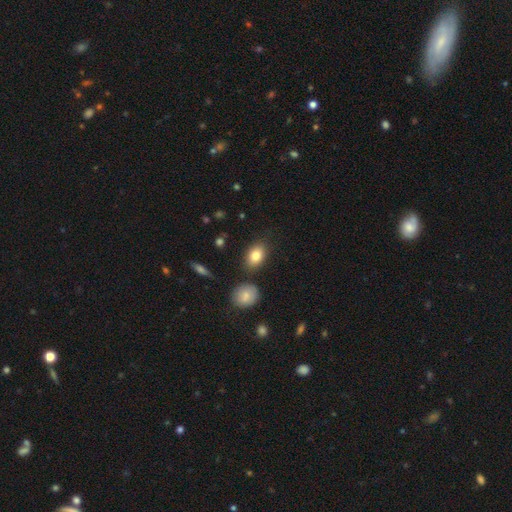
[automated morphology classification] A smooth galaxy with no disk features (82%) that is in between round and cigar-shaped (82%).

Vote fractions:
- Smooth or featured? smooth: 82% / featured or disk: 10% / star or artifact: 8%
- How rounded? in between: 82% / round: 17% / cigar-shaped: 2%
- Merging? none: 81% / minor disturbance: 11% / merger: 5% / major disturbance: 3%